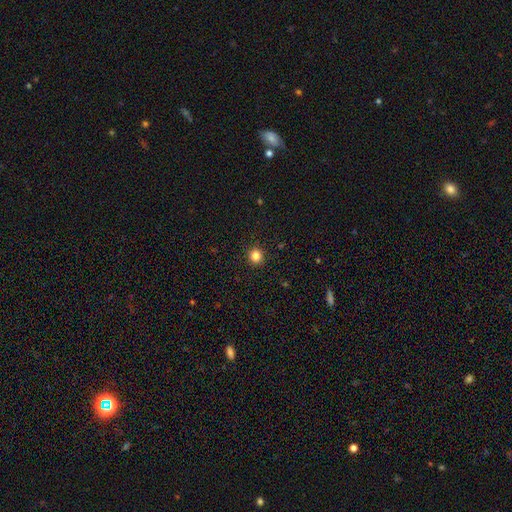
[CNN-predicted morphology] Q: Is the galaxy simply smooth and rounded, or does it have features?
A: smooth — 84%.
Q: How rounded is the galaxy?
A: round — 89%.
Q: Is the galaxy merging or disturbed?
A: none — 92%.